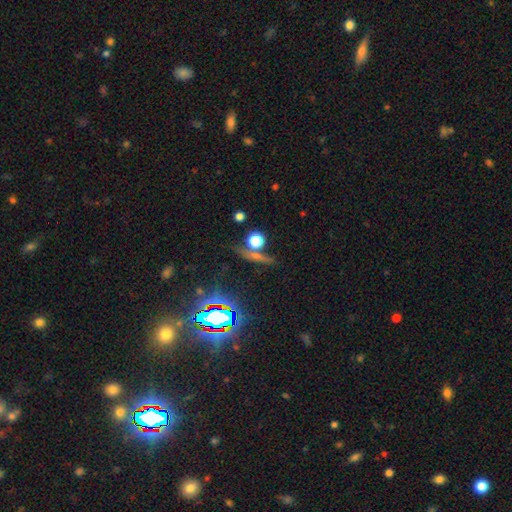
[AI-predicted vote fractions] Overall: star or artifact (39%; smooth 37%).